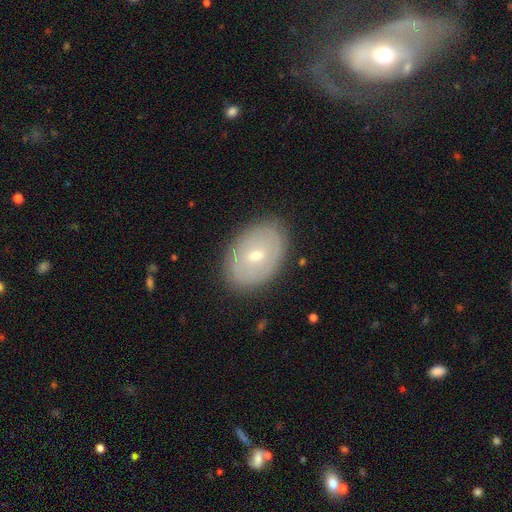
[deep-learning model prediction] smooth-or-featured: featured or disk: 50% | smooth: 43% | star or artifact: 7%
  merging: none: 84% | minor disturbance: 12% | major disturbance: 3% | merger: 1%